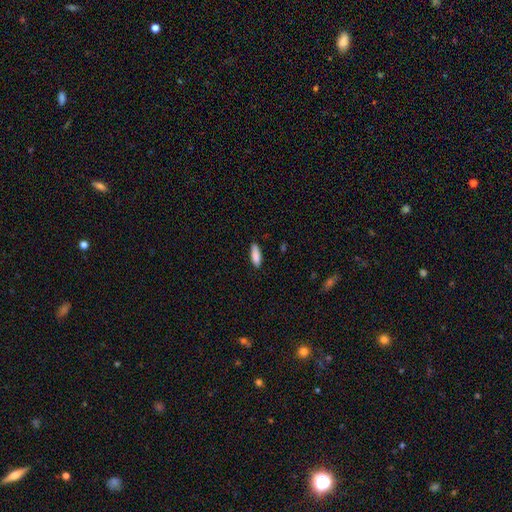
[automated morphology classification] Overall: smooth (88%). How rounded: in between (53%; cigar-shaped 45%). Merging: none (85%).